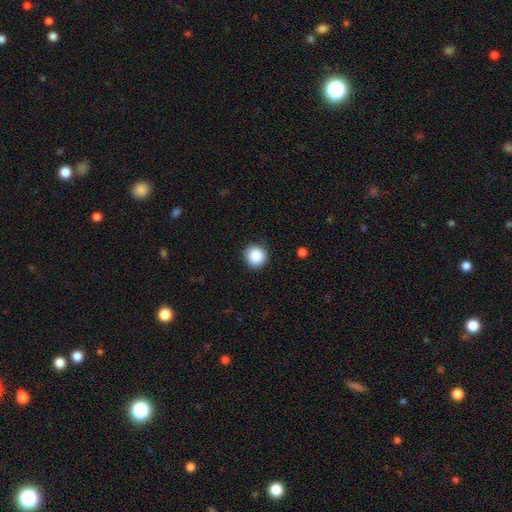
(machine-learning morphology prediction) Smooth or featured? smooth (87%)
How rounded? round (93%)
Merging? none (88%)